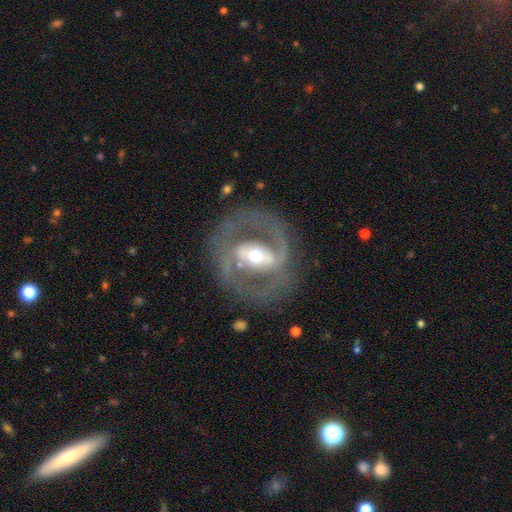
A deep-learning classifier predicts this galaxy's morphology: This appears to be a featured or disk galaxy (85%) with a strong bar (46%), 2 (83%) medium (49%) spiral arms (78%) and a moderate central bulge (60%). Merging: none (75%).